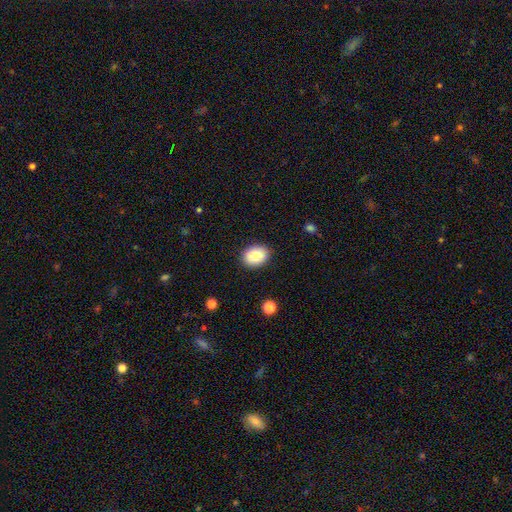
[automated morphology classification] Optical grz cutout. It shows a smooth galaxy with no disk features (83%) that is in between round and cigar-shaped (70%). Merging: none (87%).